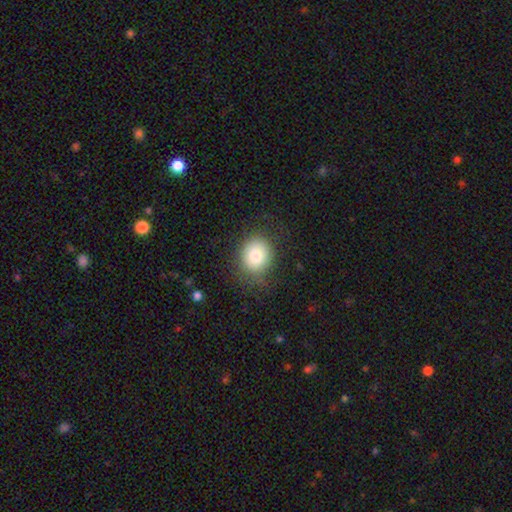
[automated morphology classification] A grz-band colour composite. It shows a smooth galaxy with no disk features (79%) that is round (73%). Merging: none (79%).